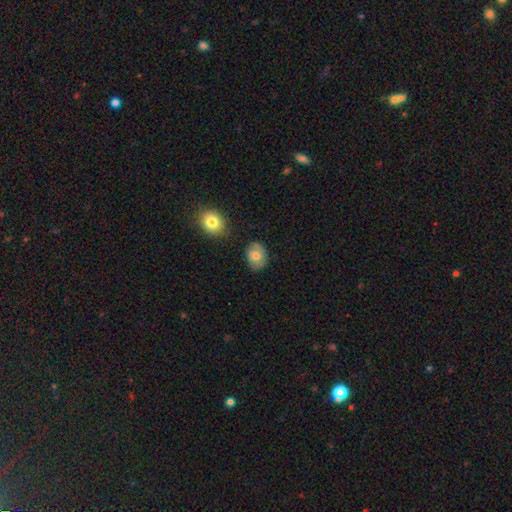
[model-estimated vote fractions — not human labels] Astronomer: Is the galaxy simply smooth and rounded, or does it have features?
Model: smooth — 72%.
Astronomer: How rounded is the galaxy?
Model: in between — 55% (runner-up: round, 44%).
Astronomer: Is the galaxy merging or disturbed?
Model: none — 74%.